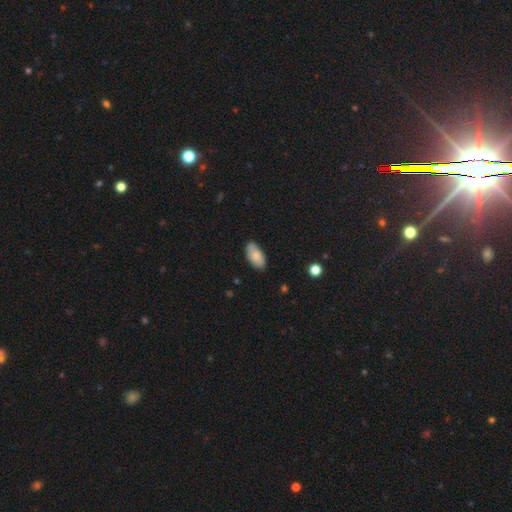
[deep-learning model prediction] A smooth galaxy with no disk features (83%) that is in between round and cigar-shaped (93%). Merging: none (83%).